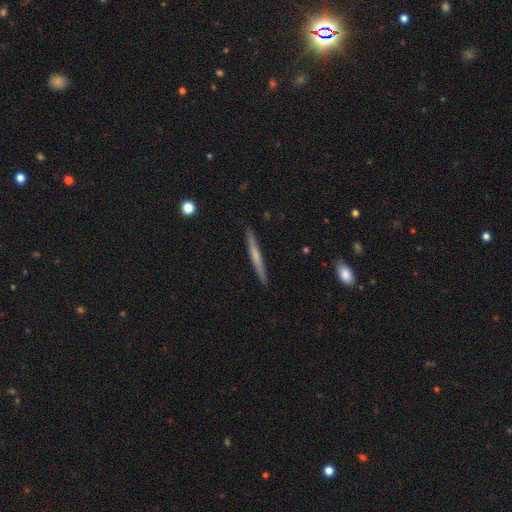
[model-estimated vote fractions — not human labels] The model was most divided on "smooth or featured" (2-way tie): featured or disk: 47%, smooth: 47%, star or artifact: 6%. More confident: merging — none (90%).